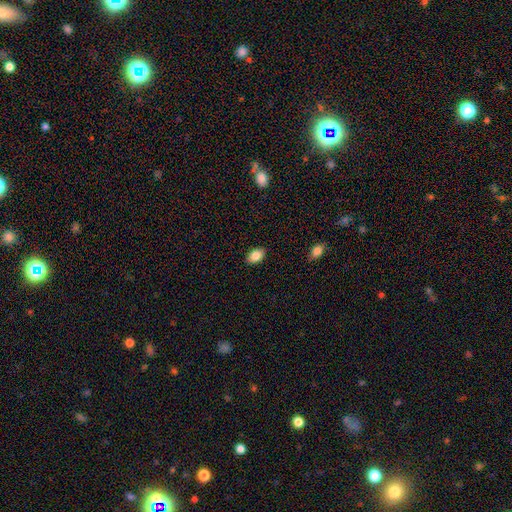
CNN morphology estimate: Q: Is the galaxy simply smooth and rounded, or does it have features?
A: smooth — 85%.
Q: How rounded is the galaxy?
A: in between — 90%.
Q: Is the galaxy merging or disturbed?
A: none — 89%.